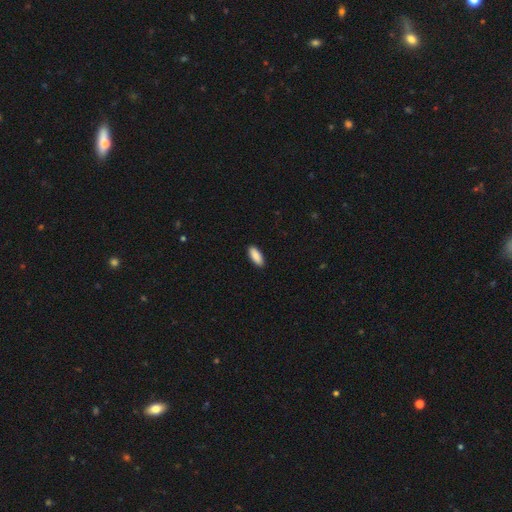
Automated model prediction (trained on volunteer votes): Morphology: type=smooth (90%); roundness=in between (81%); merging=none (91%).